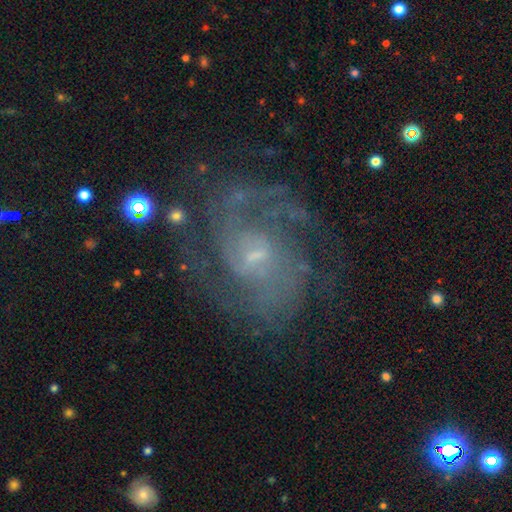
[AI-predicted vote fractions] Smooth or featured? Predicted: featured or disk (p=0.86). Edge-on disk? Predicted: no (p=0.98). Bar? Predicted: no (p=0.49). Spiral arms? Predicted: yes (p=0.96). Spiral winding? Predicted: medium (p=0.48). Spiral arm count? Predicted: 2 (p=0.59). Bulge size? Predicted: small (p=0.73). Merging? Predicted: none (p=0.75).